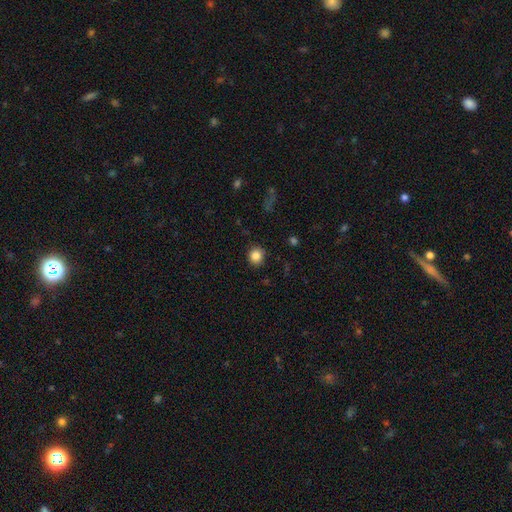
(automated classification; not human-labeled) smooth_or_featured: smooth (p=0.85) [alt: star or artifact p=0.10]
how_rounded: round (p=0.89) [alt: in between p=0.10]
merging: none (p=0.89) [alt: minor disturbance p=0.08]